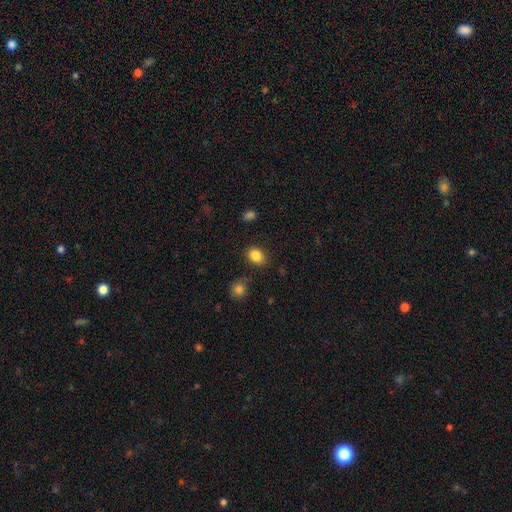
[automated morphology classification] The model was most divided on "how rounded": in between: 66%, round: 33%, cigar-shaped: 1%. More confident: smooth or featured — smooth (85%); merging — none (83%).